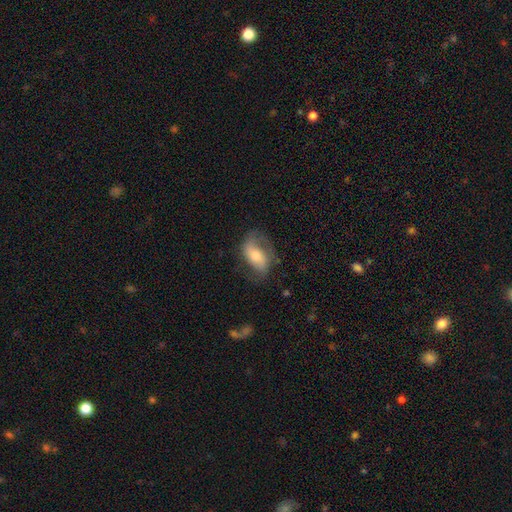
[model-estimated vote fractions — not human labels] Morphology: type=featured or disk (50%); edge-on=no (92%); merging=none (61%).